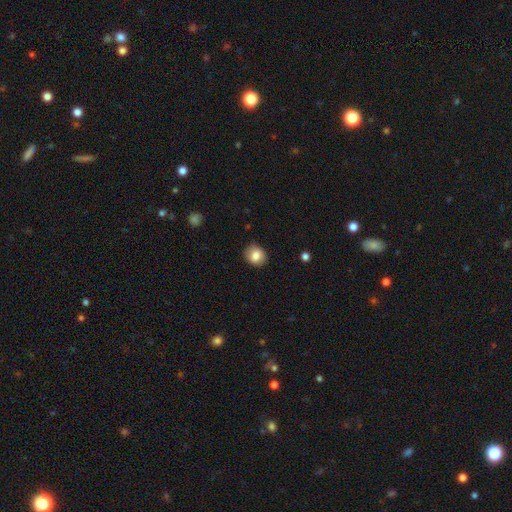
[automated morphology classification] type=smooth (84%); roundness=round (70%); merging=none (85%).